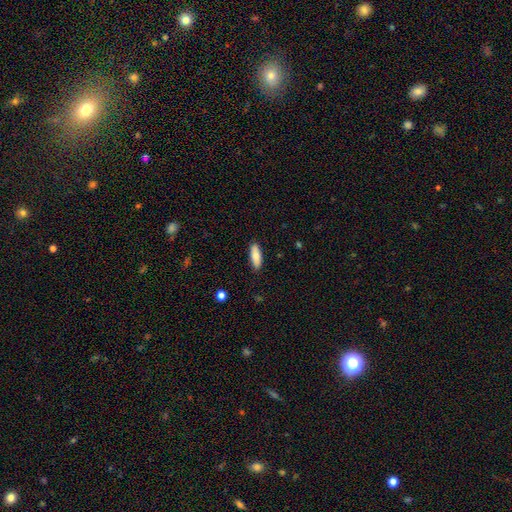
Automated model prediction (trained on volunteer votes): smooth 79%, featured or disk 15%, star or artifact 6%. Down the decision tree: how rounded — in between (63%); merging — none (87%).